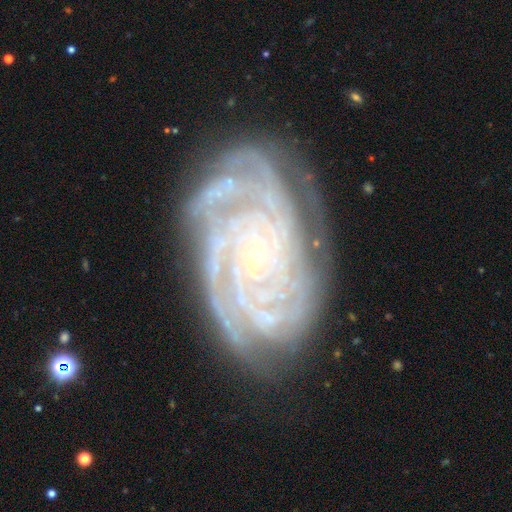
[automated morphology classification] smooth-or-featured: featured or disk: 90% | star or artifact: 6% | smooth: 4%
  disk-edge-on: no: 97% | yes: 3%
    bar: no: 77% | weak: 16% | strong: 8%
    has-spiral-arms: yes: 98% | no: 2%
      spiral-winding: tight: 81% | medium: 17% | loose: 3%
      spiral-arm-count: 4: 29% | more than 4: 23% | can't tell: 16% | 3: 16% | 2: 9% | 1: 7%
    bulge-size: small: 88% | moderate: 8% | none: 2% | large: 1% | dominant: 1%
  merging: none: 74% | minor disturbance: 17% | major disturbance: 6% | merger: 2%